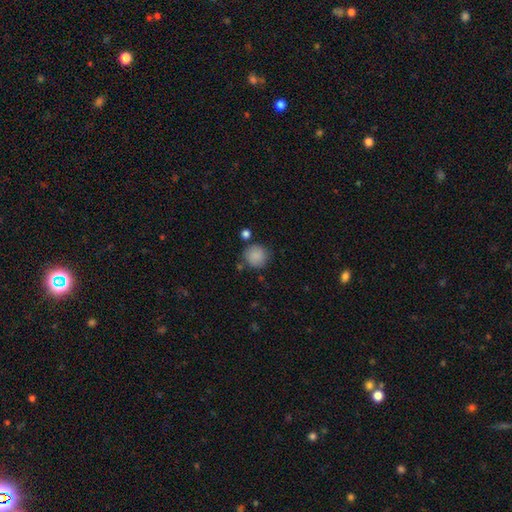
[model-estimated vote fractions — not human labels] A smooth galaxy with no disk features (87%) that is round (92%).

Vote fractions:
- Smooth or featured? smooth: 87% / star or artifact: 8% / featured or disk: 5%
- How rounded? round: 92% / in between: 7% / cigar-shaped: 1%
- Merging? none: 78% / minor disturbance: 12% / merger: 6% / major disturbance: 4%